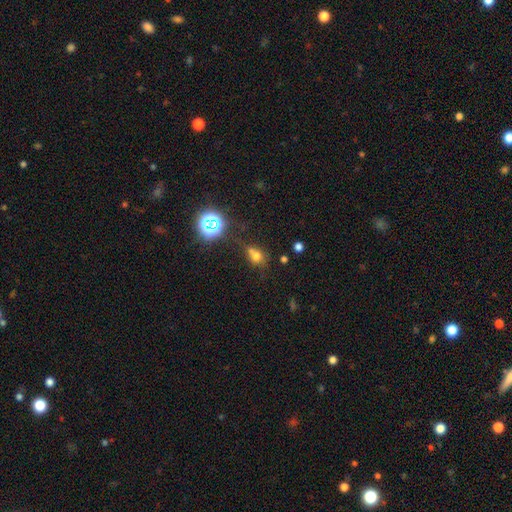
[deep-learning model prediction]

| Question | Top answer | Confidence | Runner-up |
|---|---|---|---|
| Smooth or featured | smooth | 65% | star or artifact (23%) |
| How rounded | round | 66% | in between (33%) |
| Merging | none | 42% | merger (34%) |